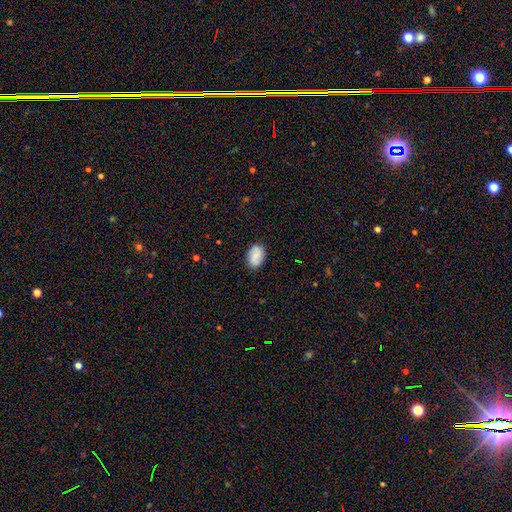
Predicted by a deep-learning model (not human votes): Smooth or featured? smooth (64%)
How rounded? in between (82%)
Merging? none (85%)